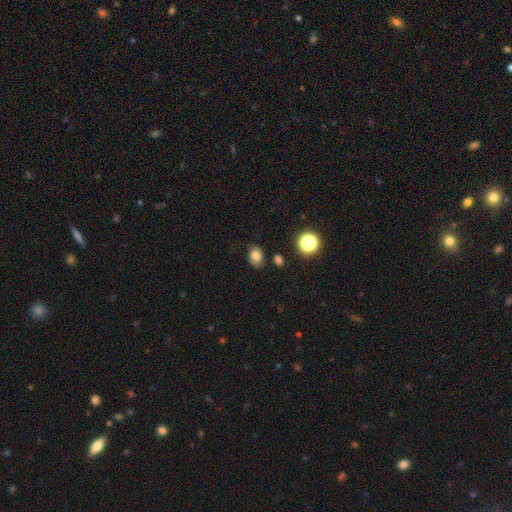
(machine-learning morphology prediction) smooth 77%, star or artifact 13%, featured or disk 10%. Down the decision tree: how rounded — in between (62%); merging — none (74%).